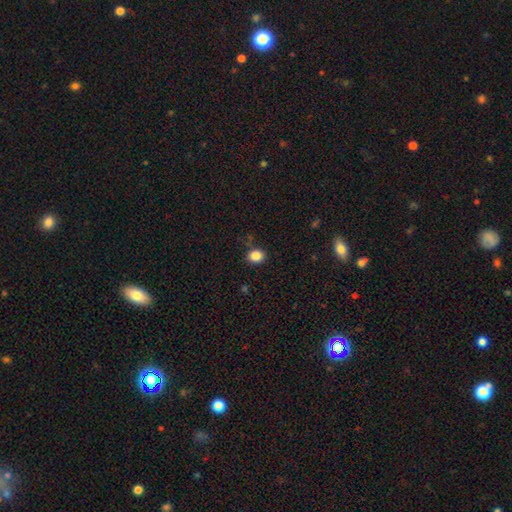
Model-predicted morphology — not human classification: A smooth galaxy with no disk features (85%) that is round (56%).

Vote fractions:
- Smooth or featured? smooth: 85% / star or artifact: 11% / featured or disk: 4%
- How rounded? round: 56% / in between: 43% / cigar-shaped: 1%
- Merging? none: 84% / minor disturbance: 11% / major disturbance: 3% / merger: 2%